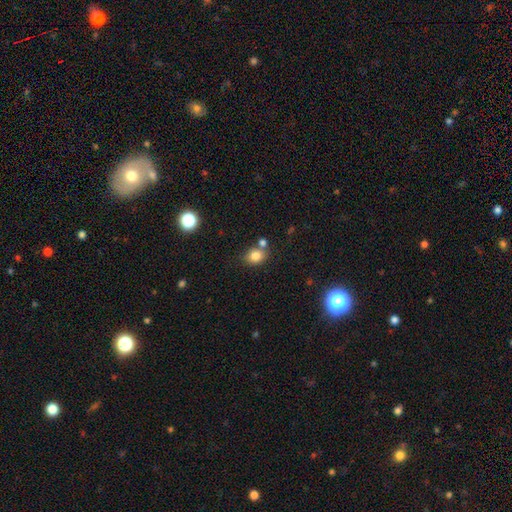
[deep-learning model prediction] Smooth or featured?
  - smooth: 81% *
  - star or artifact: 11%
  - featured or disk: 7%
How rounded?
  - round: 54% *
  - in between: 45%
  - cigar-shaped: 1%
Merging?
  - none: 62% *
  - merger: 21%
  - minor disturbance: 13%
  - major disturbance: 4%